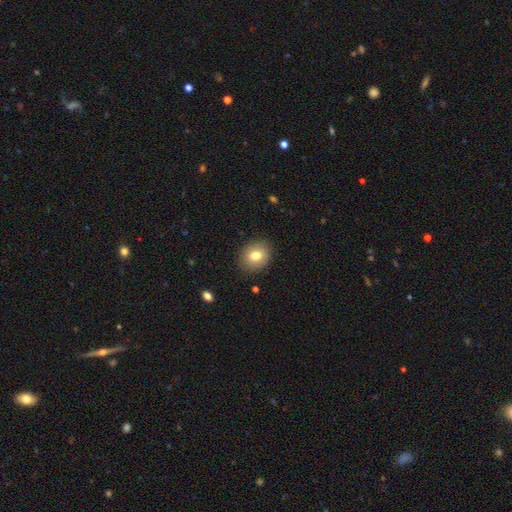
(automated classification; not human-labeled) A smooth galaxy with no disk features (79%) that is round (51%). Merging: none (87%).